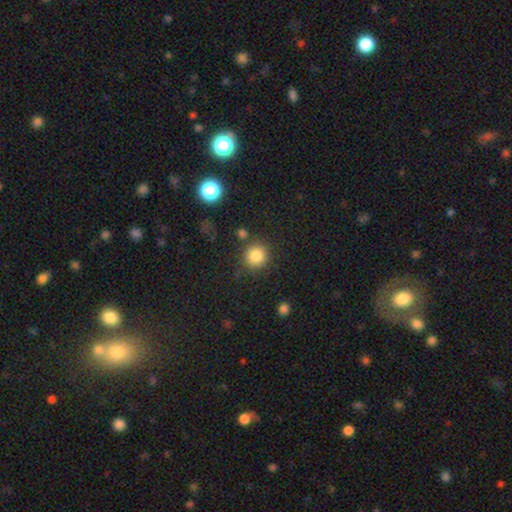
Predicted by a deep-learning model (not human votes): Morphology: type=smooth (84%); roundness=round (91%); merging=none (81%).